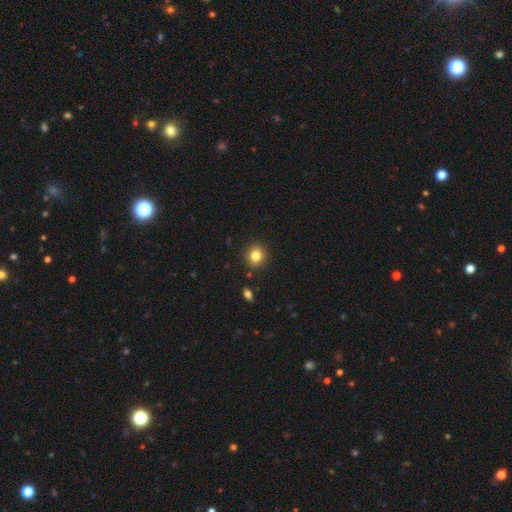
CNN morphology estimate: Smooth or featured? Predicted: smooth (p=0.83). How rounded? Predicted: round (p=0.83). Merging? Predicted: none (p=0.90).